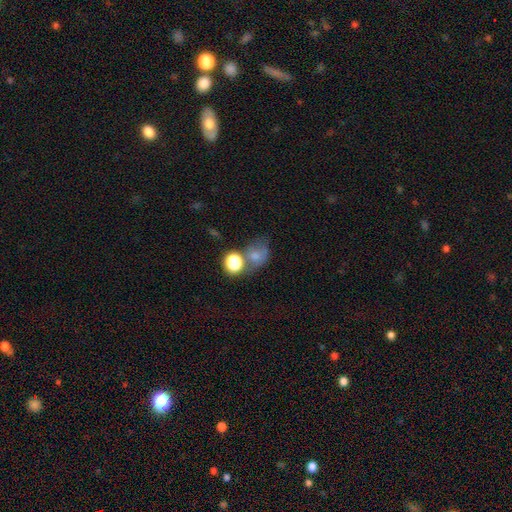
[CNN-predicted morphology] The model was most divided on "merging": none: 36%, merger: 28%, minor disturbance: 19%, major disturbance: 16%. More confident: smooth or featured — smooth (65%); how rounded — round (57%).